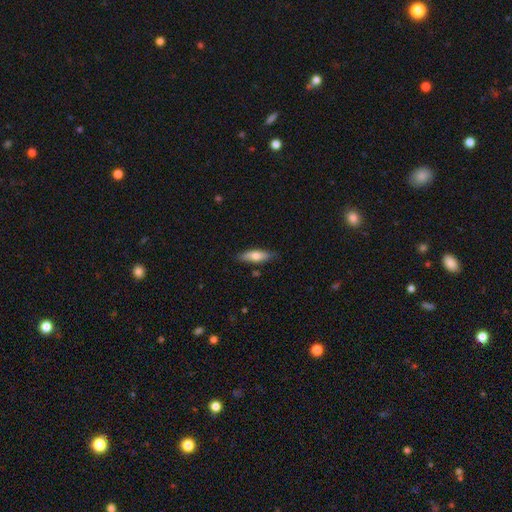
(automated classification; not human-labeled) This is likely a smooth galaxy (70%). How rounded: possibly cigar-shaped (51%). Merging: clearly none (82%).